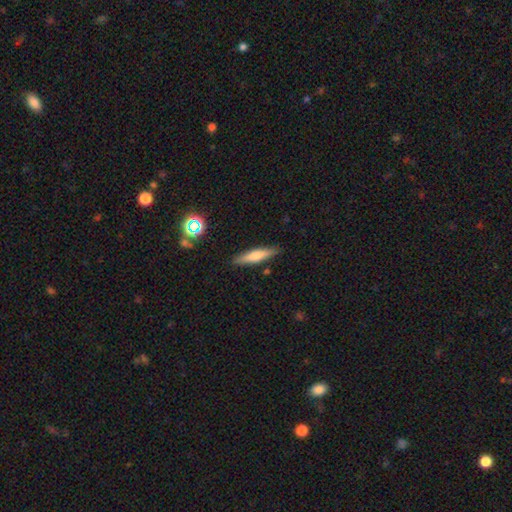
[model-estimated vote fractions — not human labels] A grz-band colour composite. It shows a smooth galaxy with no disk features (63%) that is cigar-shaped (83%). Merging: none (87%).